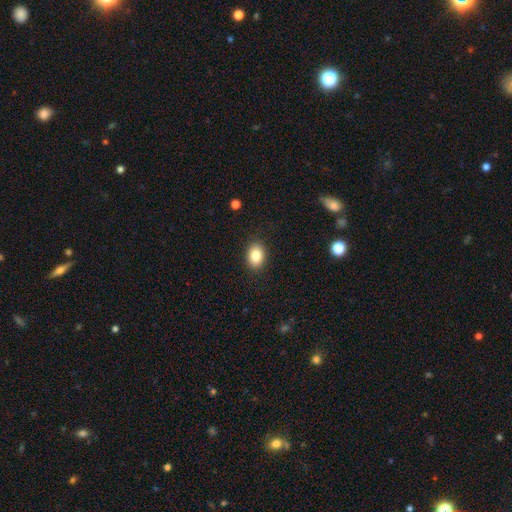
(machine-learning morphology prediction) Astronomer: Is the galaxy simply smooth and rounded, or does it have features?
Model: smooth — 84%.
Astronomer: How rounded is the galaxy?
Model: in between — 74%.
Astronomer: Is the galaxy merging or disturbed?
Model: none — 89%.